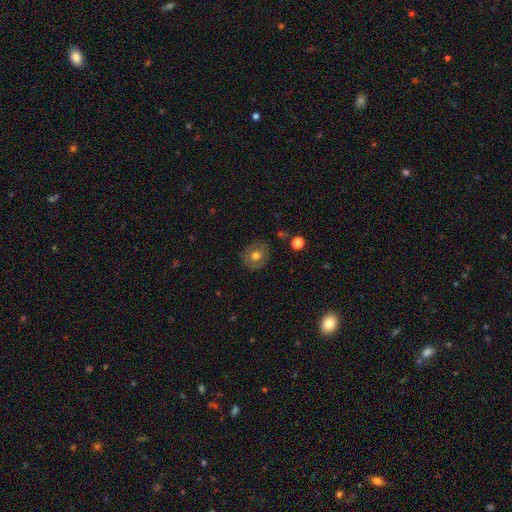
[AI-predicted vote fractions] The model was most divided on "smooth or featured": smooth: 62%, featured or disk: 29%, star or artifact: 10%. More confident: merging — none (83%); how rounded — round (81%).